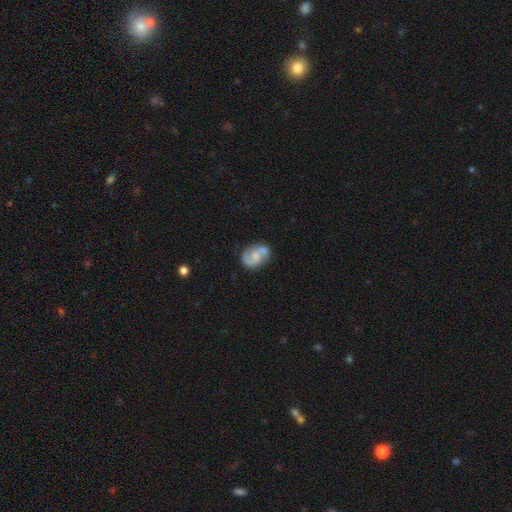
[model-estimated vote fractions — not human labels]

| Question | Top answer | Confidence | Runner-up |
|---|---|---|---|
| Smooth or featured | featured or disk | 70% | smooth (23%) |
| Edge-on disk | no | 98% | yes (2%) |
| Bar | no | 60% | weak (35%) |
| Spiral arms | yes | 92% | no (8%) |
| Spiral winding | medium | 51% | loose (27%) |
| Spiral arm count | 2 | 86% | can't tell (6%) |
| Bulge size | small | 40% | moderate (37%) |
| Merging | none | 62% | minor disturbance (18%) |